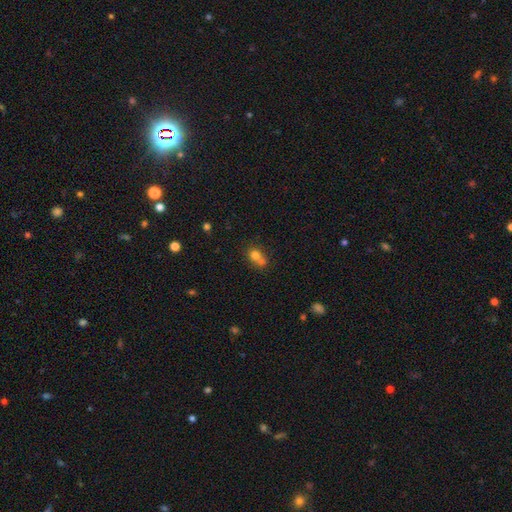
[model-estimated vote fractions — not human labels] The model was most divided on "merging": merger: 53%, none: 33%, minor disturbance: 9%, major disturbance: 4%. More confident: smooth or featured — smooth (72%); how rounded — round (62%).